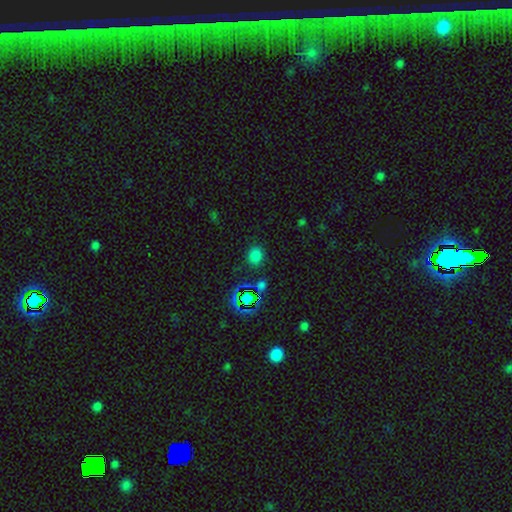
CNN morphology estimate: A smooth galaxy with no disk features (72%) that is round (67%).

Vote fractions:
- Smooth or featured? smooth: 72% / star or artifact: 23% / featured or disk: 5%
- How rounded? round: 67% / in between: 32% / cigar-shaped: 1%
- Merging? none: 83% / minor disturbance: 10% / major disturbance: 4% / merger: 3%